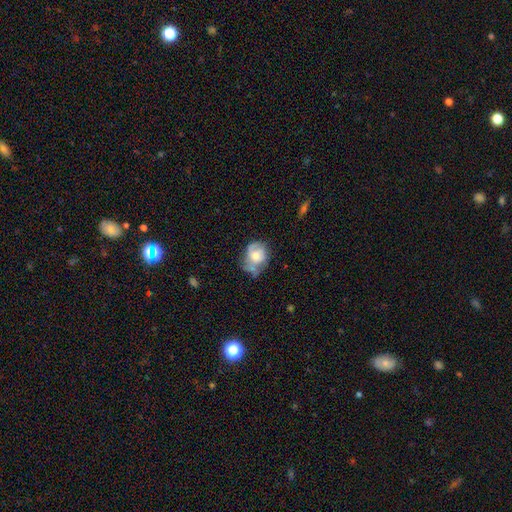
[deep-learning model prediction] smooth 49%, featured or disk 43%, star or artifact 8%. Down the decision tree: merging — none (37%).